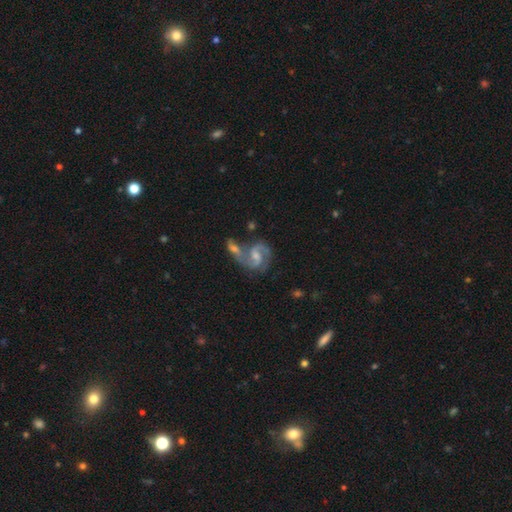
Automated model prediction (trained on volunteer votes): This is clearly a featured or disk galaxy (87%). It is clearly not viewed edge-on (97%). Bar: possibly weak (51%). Spiral arm pattern: clearly yes (97%). Spiral arm count: clearly 2 (89%). Spiral winding: possibly medium (60%). Central bulge: possibly moderate (46%). Merging: marginally none (40%, tied with merger).